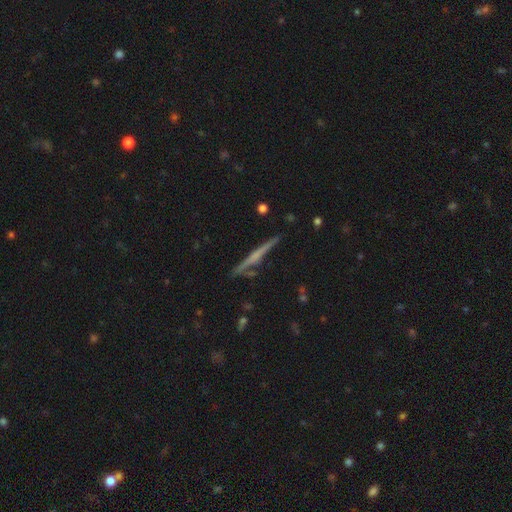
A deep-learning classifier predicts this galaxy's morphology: smooth_or_featured: featured or disk (p=0.69) [alt: smooth p=0.24]
disk_edge_on: yes (p=0.98) [alt: no p=0.02]
edge_on_bulge: rounded (p=0.44) [alt: none p=0.40]
merging: none (p=0.85) [alt: minor disturbance p=0.10]